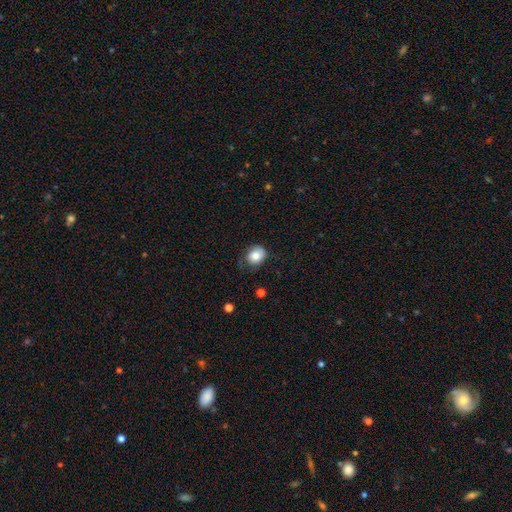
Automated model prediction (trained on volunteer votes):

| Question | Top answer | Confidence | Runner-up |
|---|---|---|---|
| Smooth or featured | smooth | 81% | featured or disk (10%) |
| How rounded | round | 56% | in between (43%) |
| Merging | none | 62% | minor disturbance (28%) |